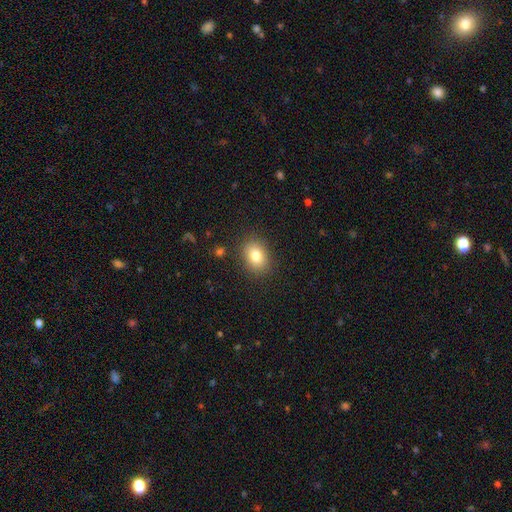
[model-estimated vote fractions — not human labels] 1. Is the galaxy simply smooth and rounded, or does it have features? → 80% smooth, 10% star or artifact, 9% featured or disk.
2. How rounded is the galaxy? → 62% in between, 37% round, 1% cigar-shaped.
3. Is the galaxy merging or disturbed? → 87% none, 9% minor disturbance, 3% major disturbance, 1% merger.